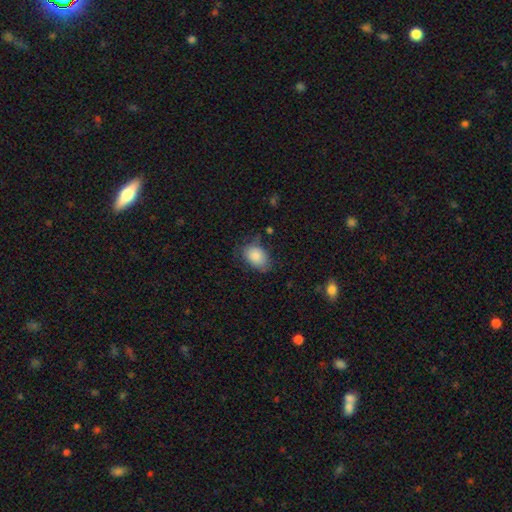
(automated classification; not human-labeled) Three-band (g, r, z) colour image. It shows a smooth galaxy with no disk features (84%) that is in between round and cigar-shaped (81%). Merging: none (62%).